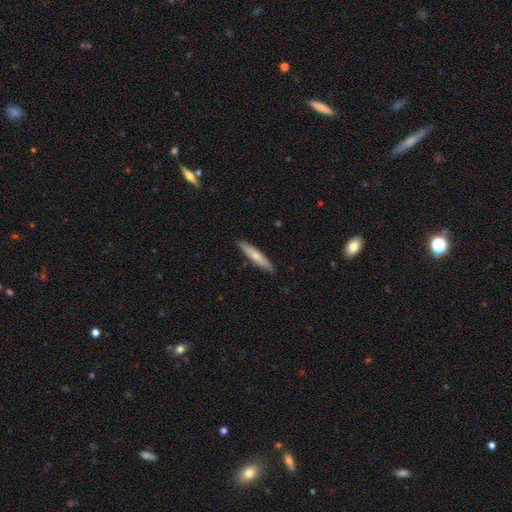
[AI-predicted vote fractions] Smooth or featured?
  - smooth: 63% *
  - featured or disk: 32%
  - star or artifact: 5%
How rounded?
  - cigar-shaped: 88% *
  - in between: 10%
  - round: 1%
Merging?
  - none: 89% *
  - minor disturbance: 8%
  - major disturbance: 1%
  - merger: 1%